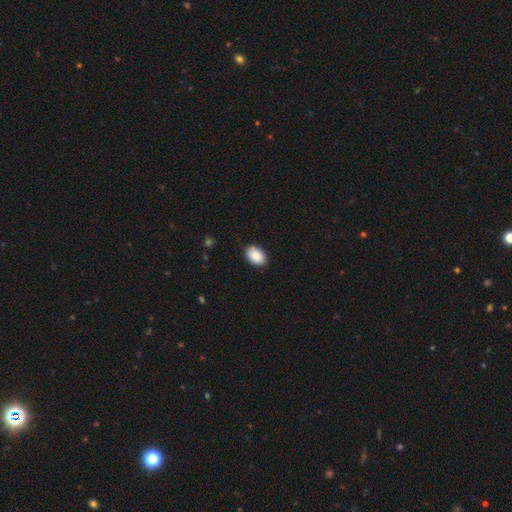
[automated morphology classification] The model was most divided on "merging": none: 85%, minor disturbance: 12%, major disturbance: 2%, merger: 1%. More confident: smooth or featured — smooth (90%); how rounded — in between (89%).